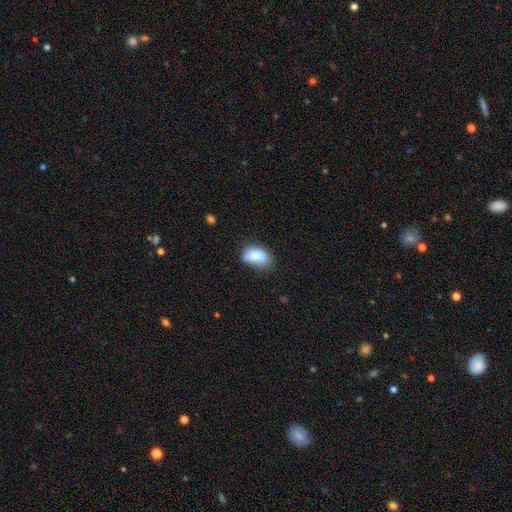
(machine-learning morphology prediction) smooth-or-featured: smooth: 81% | featured or disk: 11% | star or artifact: 8%
  how-rounded: in between: 88% | round: 10% | cigar-shaped: 2%
  merging: none: 54% | minor disturbance: 33% | major disturbance: 9% | merger: 4%